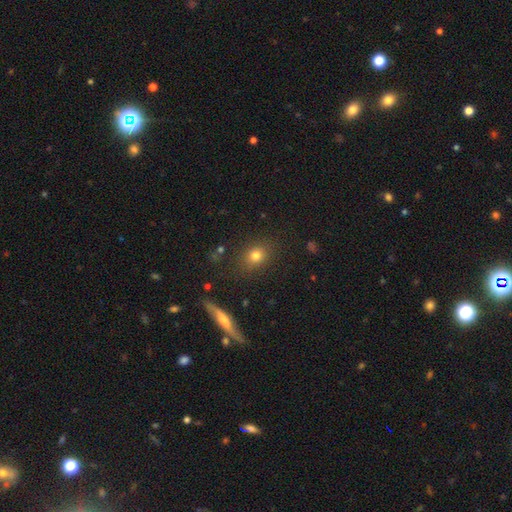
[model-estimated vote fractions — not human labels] Smooth or featured? smooth (77%)
How rounded? round (66%)
Merging? none (84%)